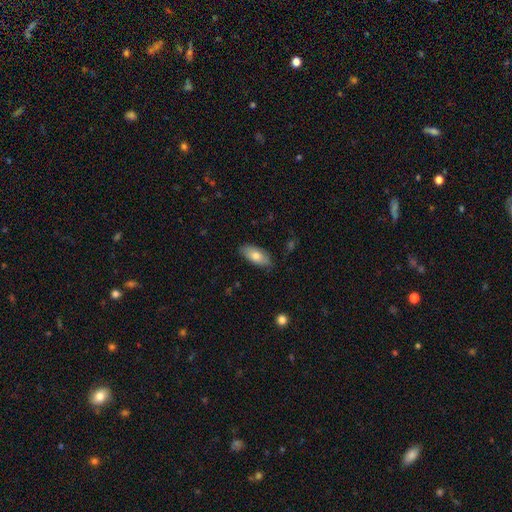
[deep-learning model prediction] Q: Smooth or featured?
A: smooth (78%); runner-up: featured or disk (16%)
Q: How rounded?
A: in between (88%); runner-up: cigar-shaped (10%)
Q: Merging?
A: none (84%); runner-up: minor disturbance (13%)